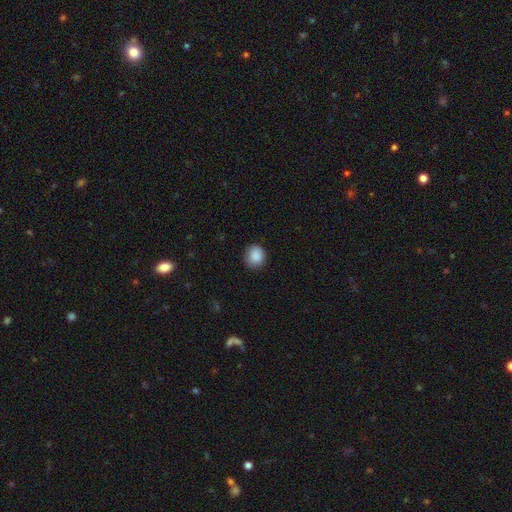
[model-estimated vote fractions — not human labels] Morphology: type=smooth (89%); roundness=round (74%); merging=none (83%).